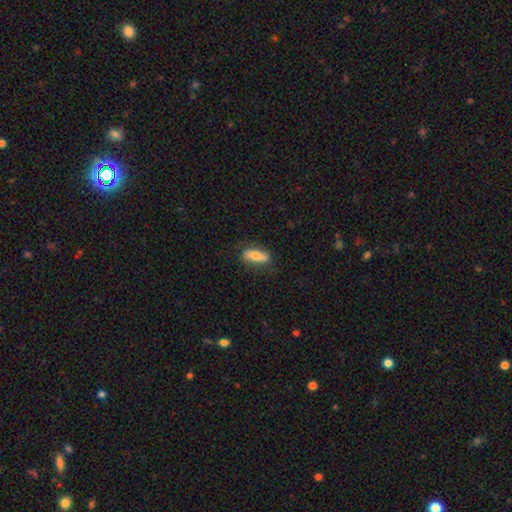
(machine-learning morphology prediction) Smooth or featured? smooth (63%)
How rounded? in between (59%)
Merging? none (73%)